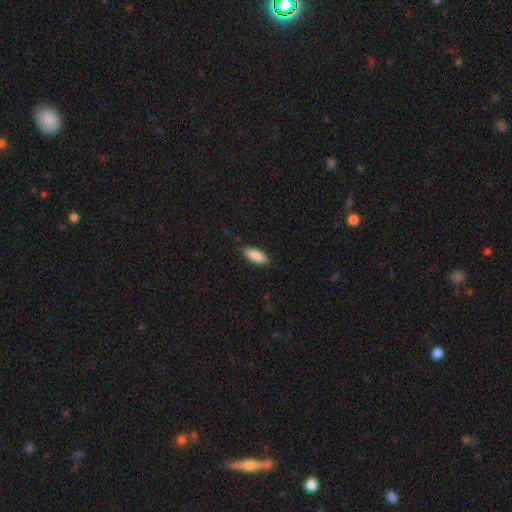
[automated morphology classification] Overall: smooth (90%). How rounded: in between (74%). Merging: none (85%).